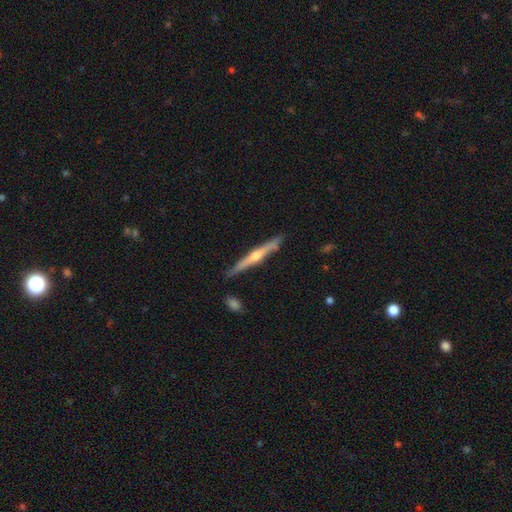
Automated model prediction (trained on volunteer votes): This appears to be a featured or disk galaxy (74%) viewed edge-on (98%) with a rounded central bulge (85%). Merging: none (88%).